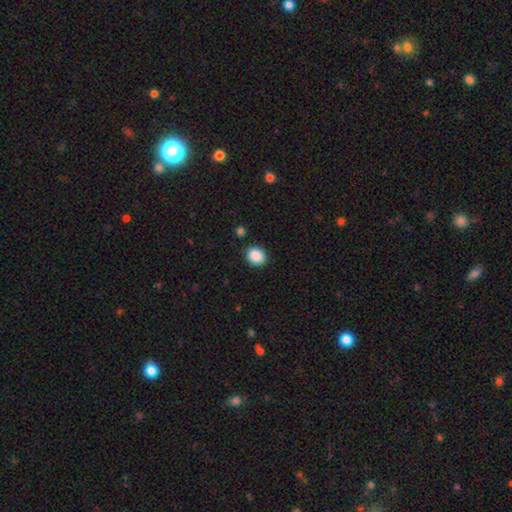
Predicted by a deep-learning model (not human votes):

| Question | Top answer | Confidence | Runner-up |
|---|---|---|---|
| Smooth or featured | smooth | 88% | star or artifact (9%) |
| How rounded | round | 69% | in between (30%) |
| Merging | none | 88% | minor disturbance (8%) |